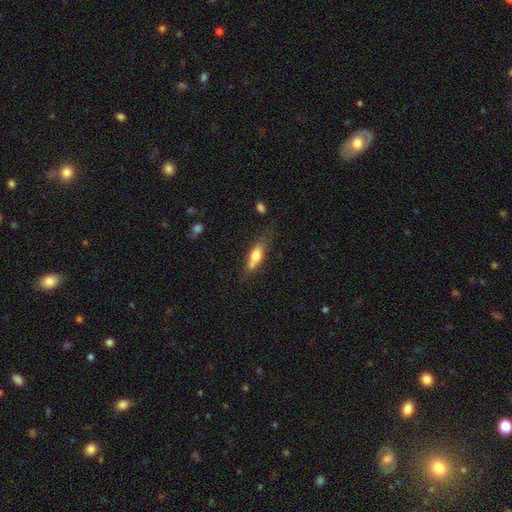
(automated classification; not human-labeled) This is likely a smooth galaxy (68%). How rounded: possibly in between (57%). Merging: possibly none (50%).